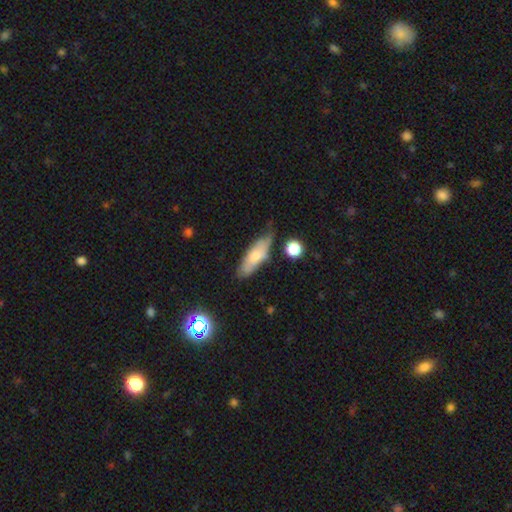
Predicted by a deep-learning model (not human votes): smooth 65%, featured or disk 28%, star or artifact 7%. Down the decision tree: how rounded — in between (57%); merging — none (57%).